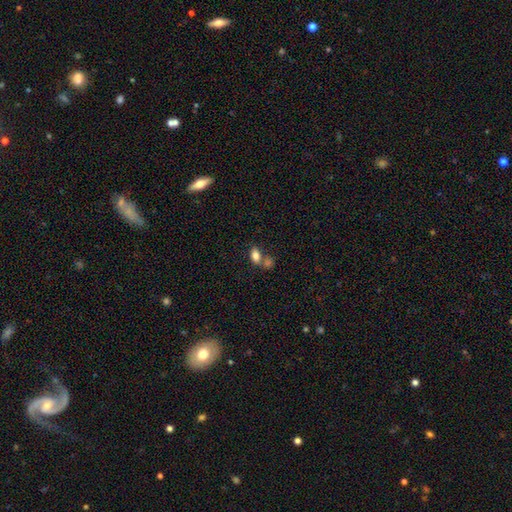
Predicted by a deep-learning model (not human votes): Q: Smooth or featured?
A: smooth (81%); runner-up: star or artifact (10%)
Q: How rounded?
A: in between (87%); runner-up: round (10%)
Q: Merging?
A: none (43%); runner-up: merger (41%)